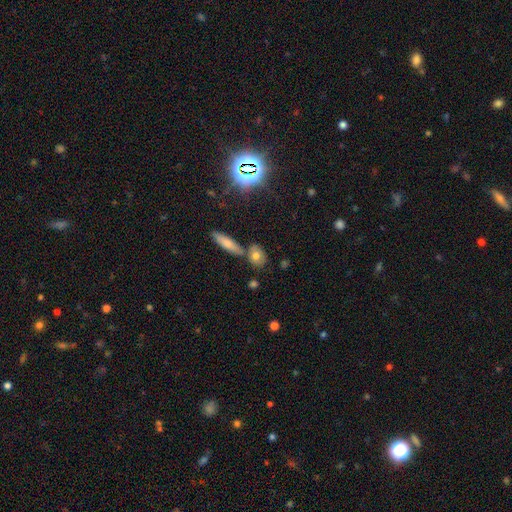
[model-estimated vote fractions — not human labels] Smooth or featured? Predicted: star or artifact (p=0.41).